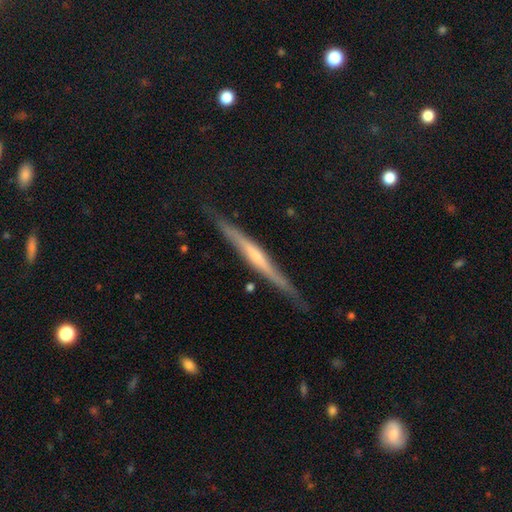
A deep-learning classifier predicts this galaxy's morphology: type=featured or disk (67%); edge-on=yes (96%); edge-on bulge=none (46%); merging=none (80%).